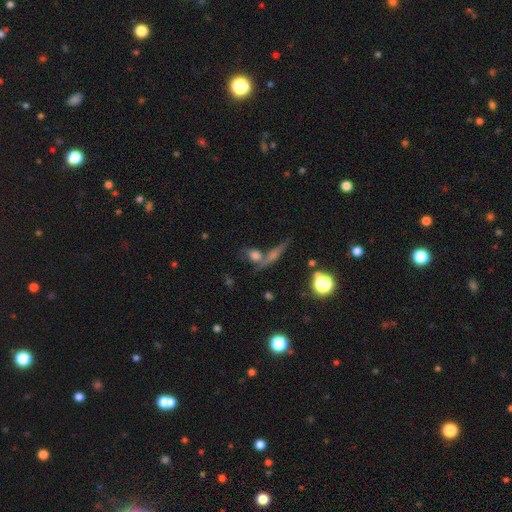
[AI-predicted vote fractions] Overall: smooth (57%; featured or disk 25%). How rounded: in between (43%; round 37%). Merging: none (46%; merger 34%).